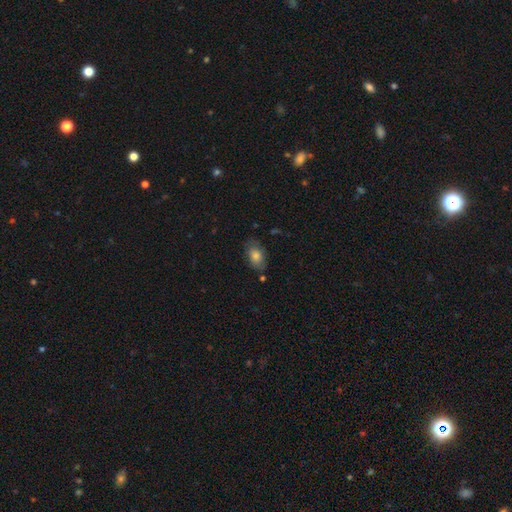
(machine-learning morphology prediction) type=smooth (76%); roundness=in between (89%); merging=none (71%).